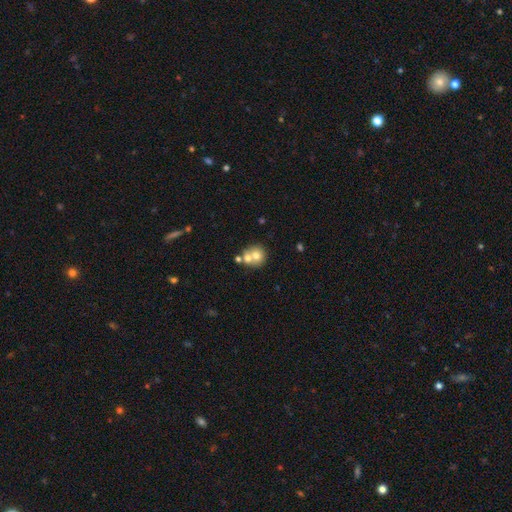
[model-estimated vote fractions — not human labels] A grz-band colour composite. It shows a smooth galaxy with no disk features (66%) that is round (85%). Merging: none (45%).